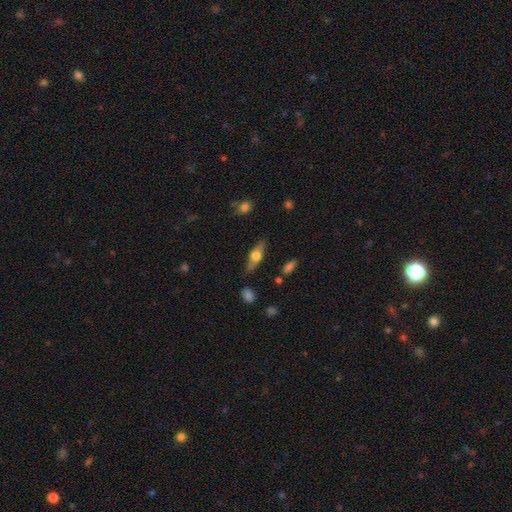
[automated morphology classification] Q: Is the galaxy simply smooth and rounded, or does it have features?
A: featured or disk — 47%.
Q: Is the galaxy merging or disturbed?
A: none — 80%.